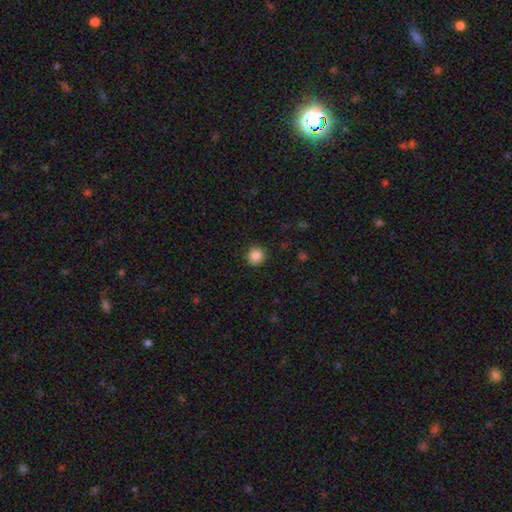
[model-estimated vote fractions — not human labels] Smooth or featured? smooth (86%)
How rounded? round (94%)
Merging? none (91%)